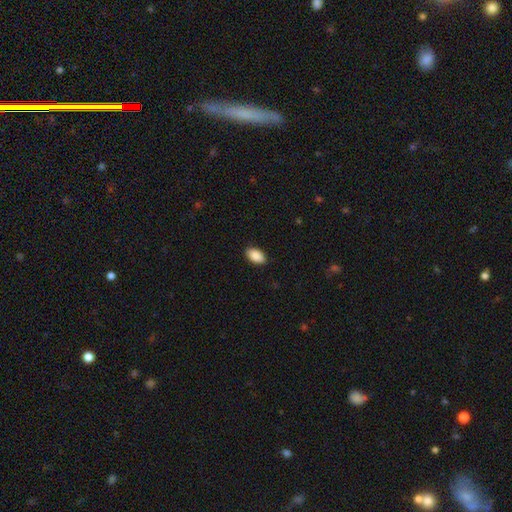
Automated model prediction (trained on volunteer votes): Q: Smooth or featured?
A: smooth (90%); runner-up: star or artifact (7%)
Q: How rounded?
A: in between (94%); runner-up: round (4%)
Q: Merging?
A: none (88%); runner-up: minor disturbance (9%)